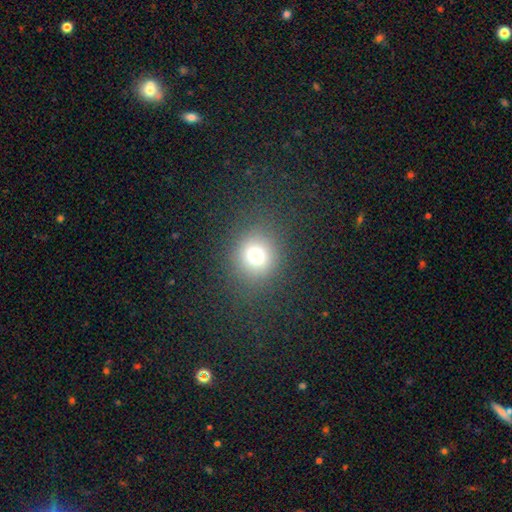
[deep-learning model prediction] Smooth or featured: smooth — 72% (star or artifact — 18%)
How rounded: round — 83% (in between — 16%)
Merging: none — 84% (minor disturbance — 8%)